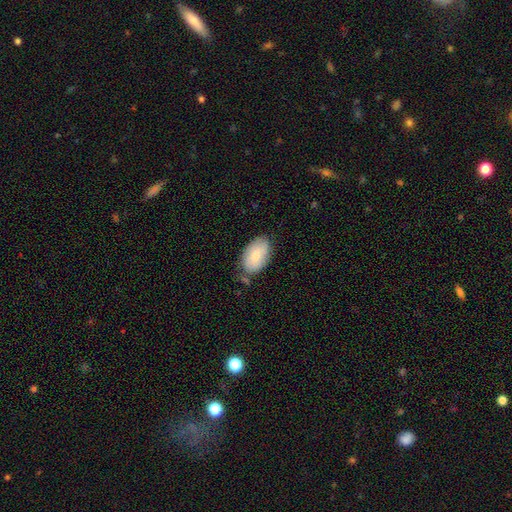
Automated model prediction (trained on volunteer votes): Smooth or featured? Predicted: smooth (p=0.76). How rounded? Predicted: in between (p=0.93). Merging? Predicted: none (p=0.69).